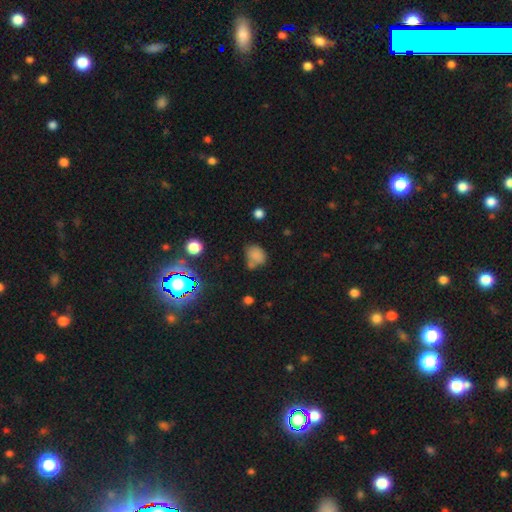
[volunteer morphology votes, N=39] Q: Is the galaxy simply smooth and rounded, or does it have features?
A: smooth — 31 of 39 (79%).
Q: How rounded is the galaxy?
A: in between — 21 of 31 (68%).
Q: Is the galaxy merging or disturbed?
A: none — 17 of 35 (49%).